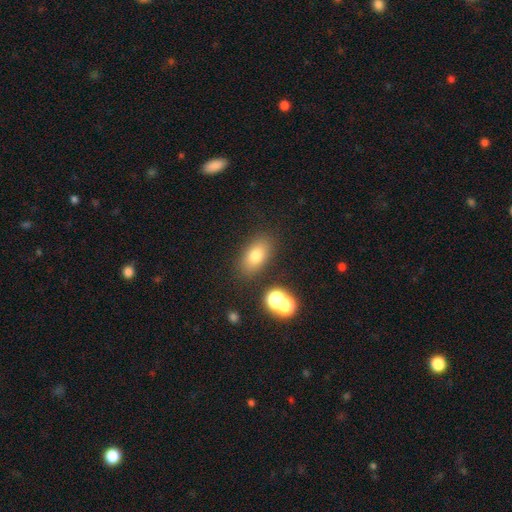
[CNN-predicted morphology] smooth-or-featured: smooth: 75% | featured or disk: 13% | star or artifact: 12%
  how-rounded: in between: 85% | round: 12% | cigar-shaped: 4%
  merging: none: 81% | minor disturbance: 10% | merger: 5% | major disturbance: 4%